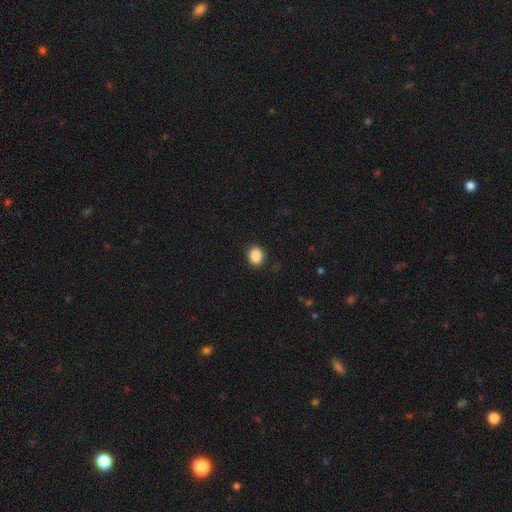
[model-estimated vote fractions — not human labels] This is clearly a smooth galaxy (88%). How rounded: possibly round (60%). Merging: clearly none (89%).